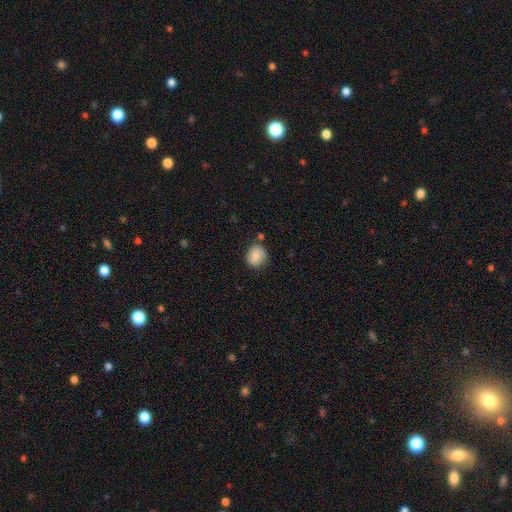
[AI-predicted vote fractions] The model was most divided on "how rounded": round: 76%, in between: 23%, cigar-shaped: 1%. More confident: smooth or featured — smooth (77%); merging — none (73%).